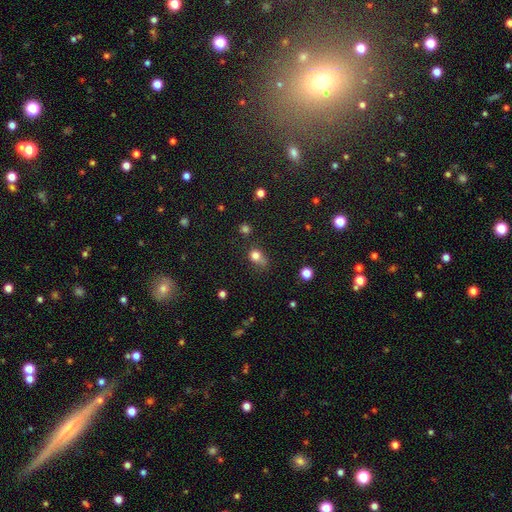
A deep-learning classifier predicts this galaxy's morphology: This appears to be a smooth galaxy with no disk features (78%) that is round (63%). Merging: none (44%).